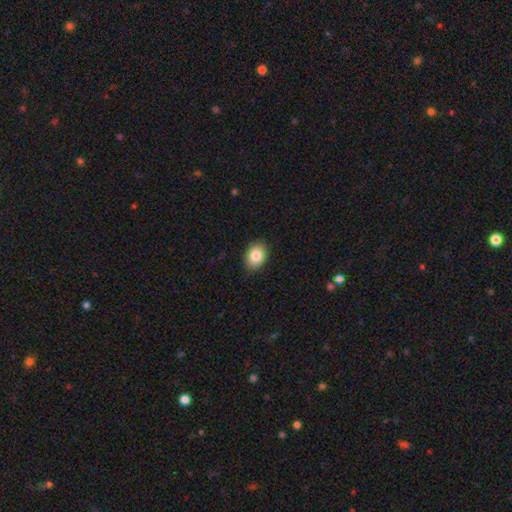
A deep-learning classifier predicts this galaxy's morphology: smooth_or_featured: smooth (p=0.84) [alt: star or artifact p=0.08]
how_rounded: in between (p=0.67) [alt: round p=0.32]
merging: none (p=0.86) [alt: minor disturbance p=0.11]